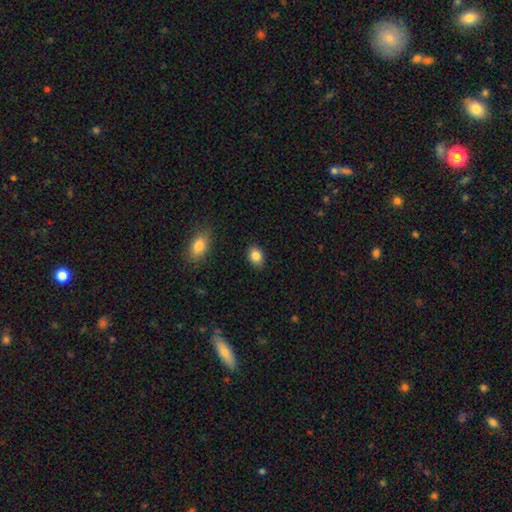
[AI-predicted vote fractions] This is clearly a smooth galaxy (85%). How rounded: likely in between (75%). Merging: clearly none (87%).